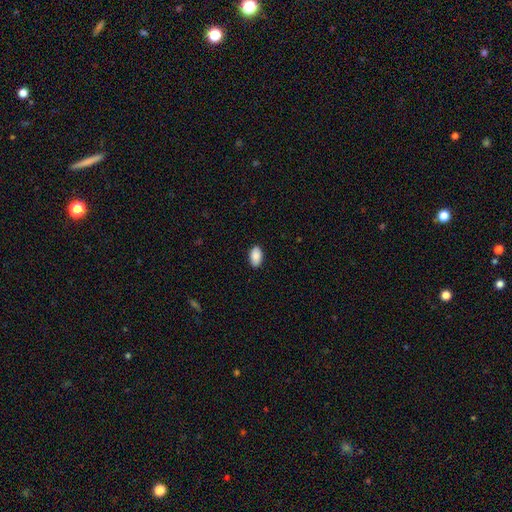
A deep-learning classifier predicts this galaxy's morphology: type=smooth (90%); roundness=in between (94%); merging=none (88%).